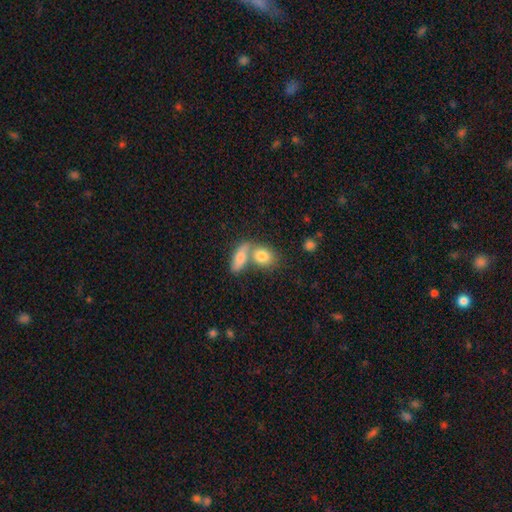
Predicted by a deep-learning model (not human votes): A smooth galaxy with no disk features (71%) that is in between round and cigar-shaped (57%).

Vote fractions:
- Smooth or featured? smooth: 71% / featured or disk: 18% / star or artifact: 12%
- How rounded? in between: 57% / round: 31% / cigar-shaped: 11%
- Merging? merger: 48% / none: 40% / minor disturbance: 8% / major disturbance: 4%